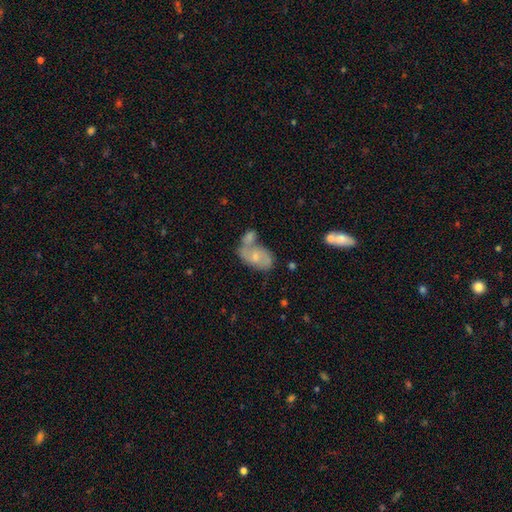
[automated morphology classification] This appears to be a featured or disk galaxy (55%) with no bar (67%), spiral arms (71%) and a small central bulge (49%). Merging: merger (42%).